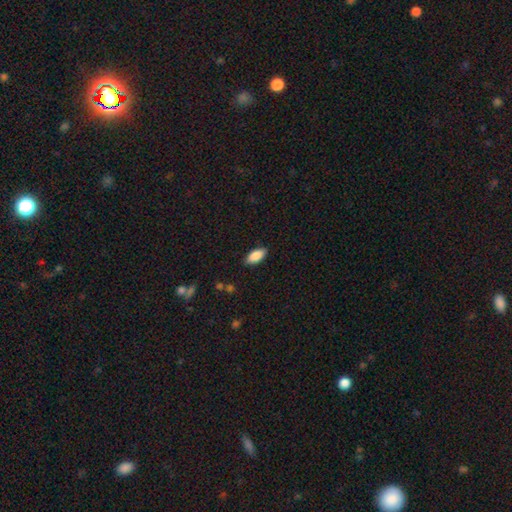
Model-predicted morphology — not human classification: This is clearly a smooth galaxy (88%). How rounded: clearly in between (90%). Merging: clearly none (87%).